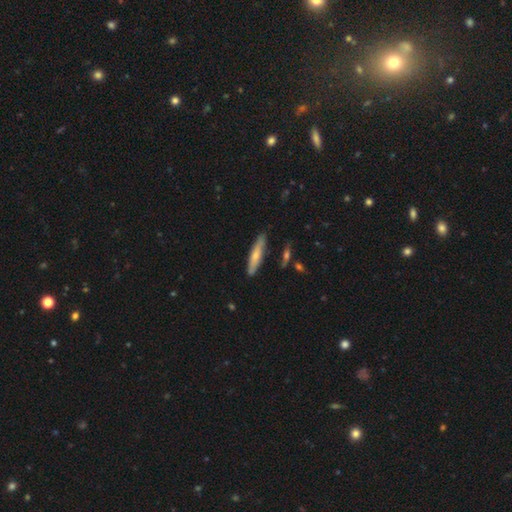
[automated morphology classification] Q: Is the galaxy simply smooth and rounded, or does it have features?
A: smooth — 61%.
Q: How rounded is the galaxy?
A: cigar-shaped — 85%.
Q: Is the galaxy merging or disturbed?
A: none — 81%.